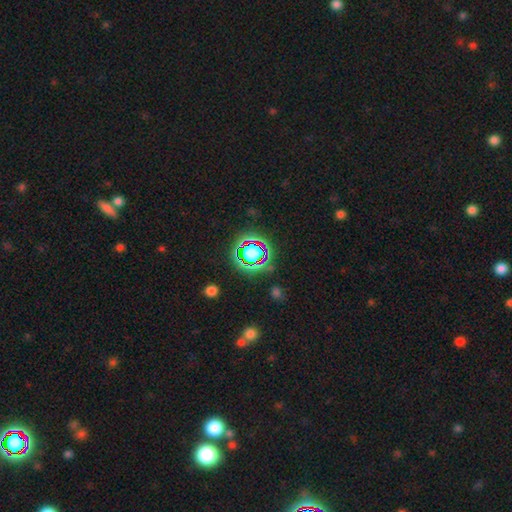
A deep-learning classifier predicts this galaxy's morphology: smooth_or_featured: star or artifact (p=0.76) [alt: smooth p=0.15]